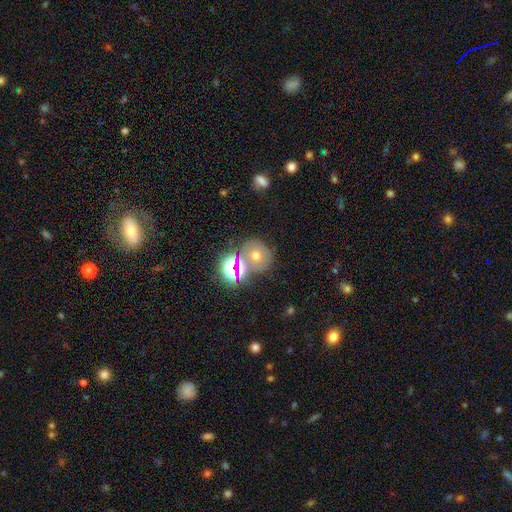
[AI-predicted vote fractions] Smooth or featured?
  - smooth: 51% *
  - star or artifact: 32%
  - featured or disk: 18%
How rounded?
  - round: 75% *
  - in between: 24%
  - cigar-shaped: 1%
Merging?
  - none: 54% *
  - merger: 30%
  - minor disturbance: 11%
  - major disturbance: 6%